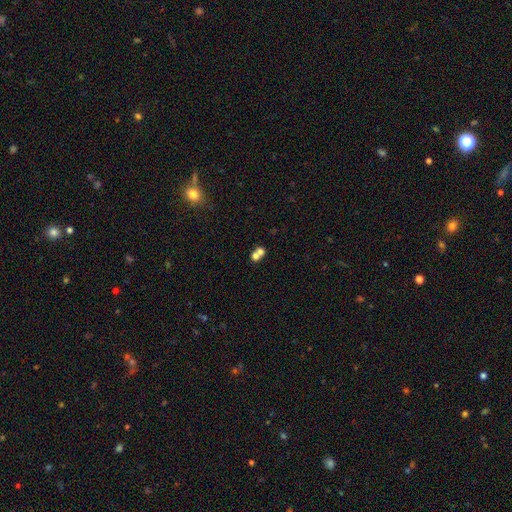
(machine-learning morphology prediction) This is likely a smooth galaxy (67%). How rounded: likely round (66%). Merging: likely merger (63%).